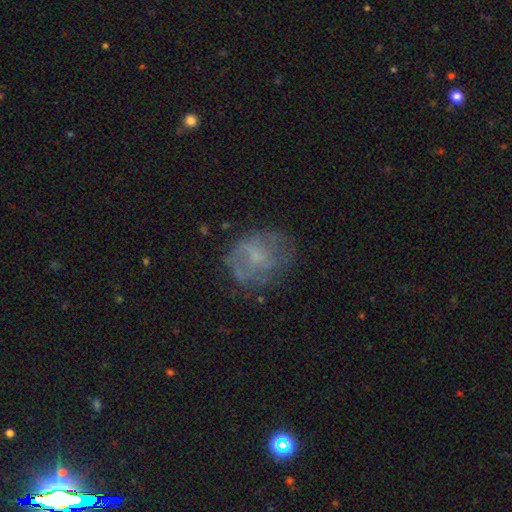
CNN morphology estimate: The model was most divided on "smooth or featured": featured or disk: 45%, smooth: 42%, star or artifact: 13%. More confident: merging — none (62%).